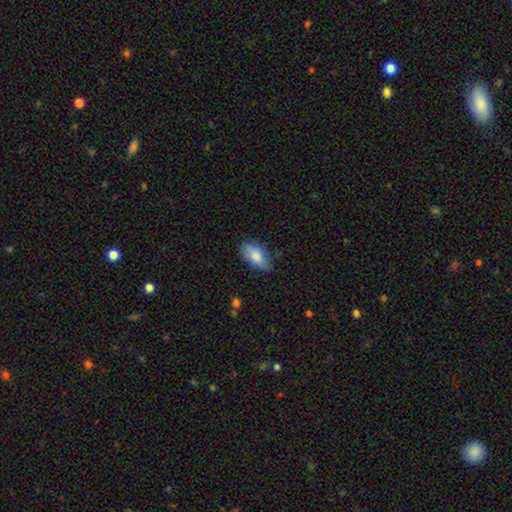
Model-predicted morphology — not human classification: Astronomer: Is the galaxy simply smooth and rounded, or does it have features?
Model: smooth — 81%.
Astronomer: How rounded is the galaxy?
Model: in between — 90%.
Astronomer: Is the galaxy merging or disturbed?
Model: none — 72%.